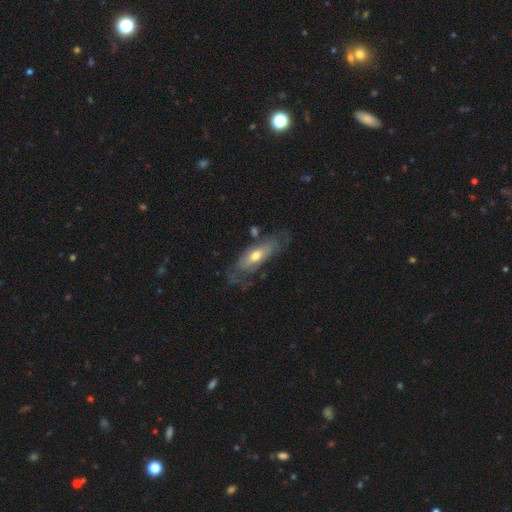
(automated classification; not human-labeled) A featured or disk galaxy (54%). Merging: none (54%).